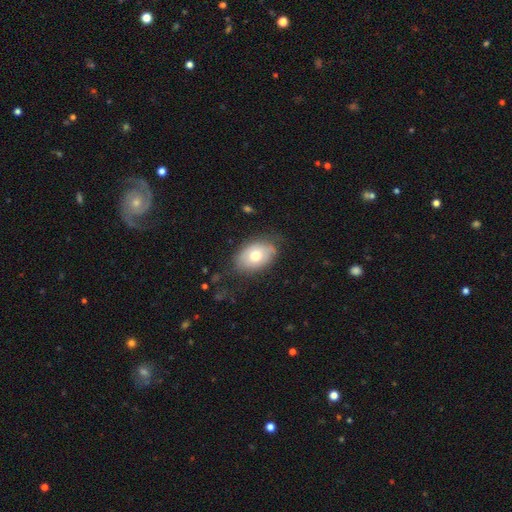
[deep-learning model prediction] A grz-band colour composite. It shows a smooth galaxy with no disk features (66%) that is in between round and cigar-shaped (86%). Merging: none (69%).